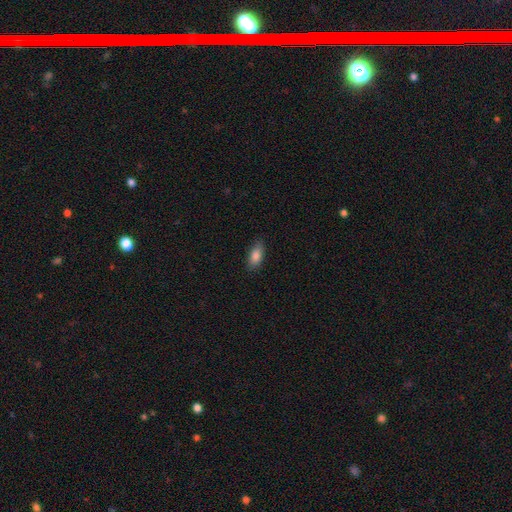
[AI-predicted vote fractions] smooth 84%, featured or disk 9%, star or artifact 7%. Down the decision tree: how rounded — in between (86%); merging — none (85%).